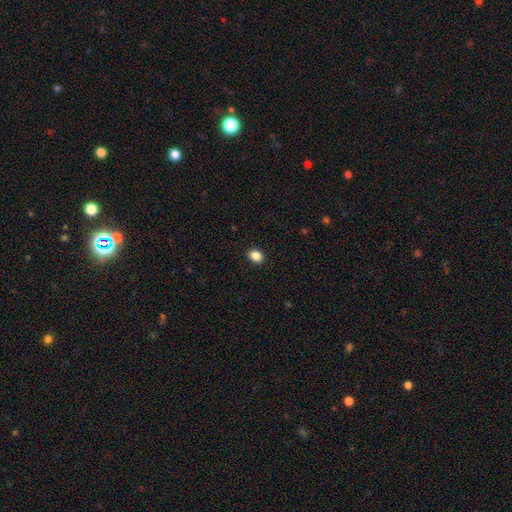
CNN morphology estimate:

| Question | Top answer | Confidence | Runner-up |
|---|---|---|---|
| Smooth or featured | smooth | 87% | star or artifact (10%) |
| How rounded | in between | 57% | round (42%) |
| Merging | none | 91% | minor disturbance (6%) |